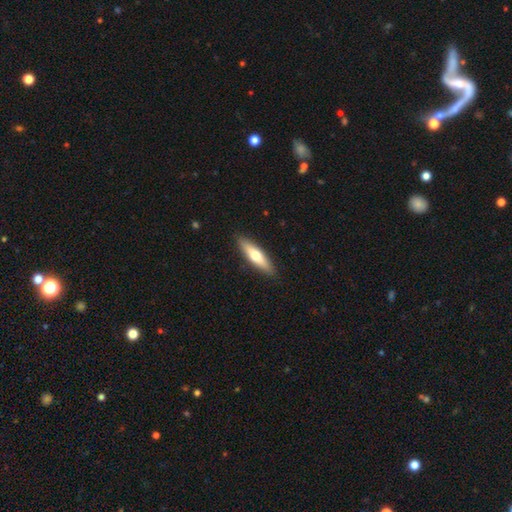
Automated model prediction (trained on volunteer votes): Overall: smooth (57%; featured or disk 38%). How rounded: cigar-shaped (69%; in between 29%). Merging: none (90%).